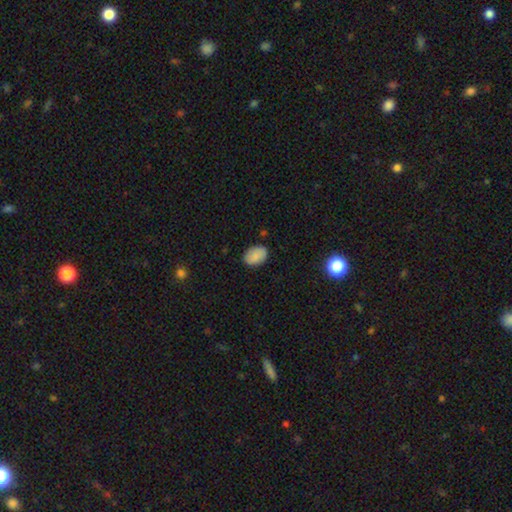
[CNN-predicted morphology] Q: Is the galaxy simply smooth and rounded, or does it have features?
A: smooth — 86%.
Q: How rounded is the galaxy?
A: in between — 82%.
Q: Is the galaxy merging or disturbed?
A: none — 84%.